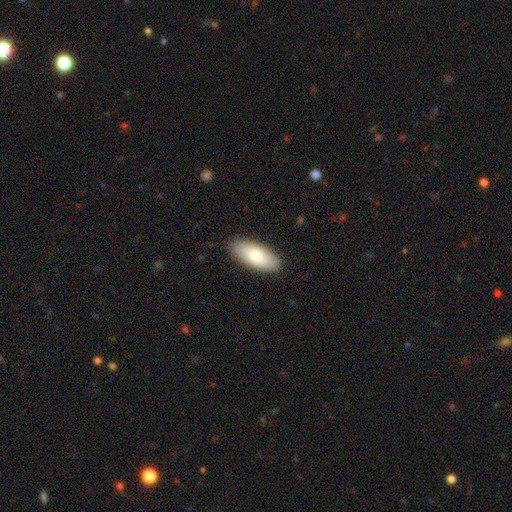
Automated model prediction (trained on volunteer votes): Overall: smooth (79%). How rounded: in between (84%). Merging: none (88%).